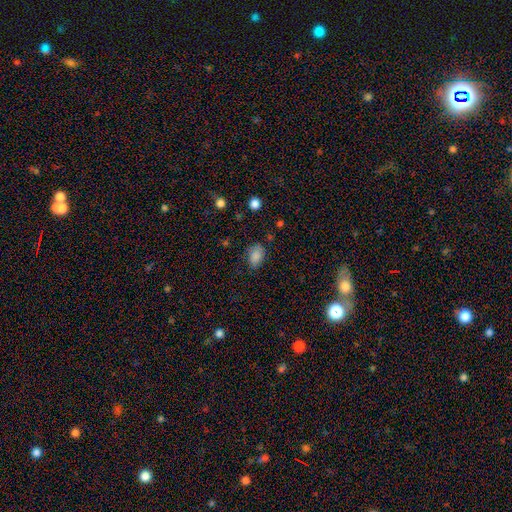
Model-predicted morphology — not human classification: Smooth or featured: smooth — 85% (star or artifact — 10%)
How rounded: in between — 82% (round — 17%)
Merging: none — 72% (minor disturbance — 21%)